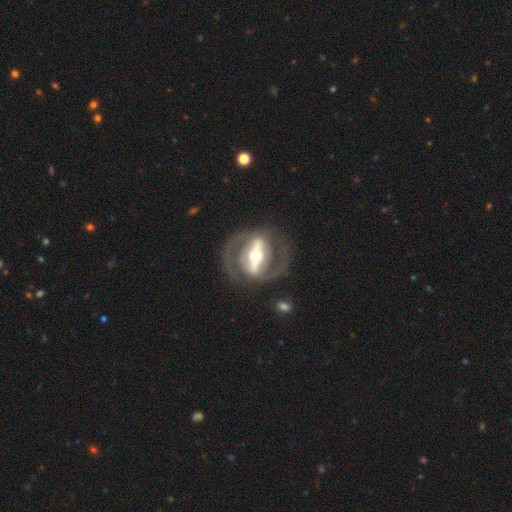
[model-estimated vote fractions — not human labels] smooth_or_featured: featured or disk (p=0.85) [alt: smooth p=0.11]
disk_edge_on: no (p=0.87) [alt: yes p=0.13]
bar: strong (p=0.79) [alt: weak p=0.13]
has_spiral_arms: yes (p=0.64) [alt: no p=0.36]
bulge_size: moderate (p=0.66) [alt: large p=0.17]
merging: none (p=0.75) [alt: minor disturbance p=0.12]